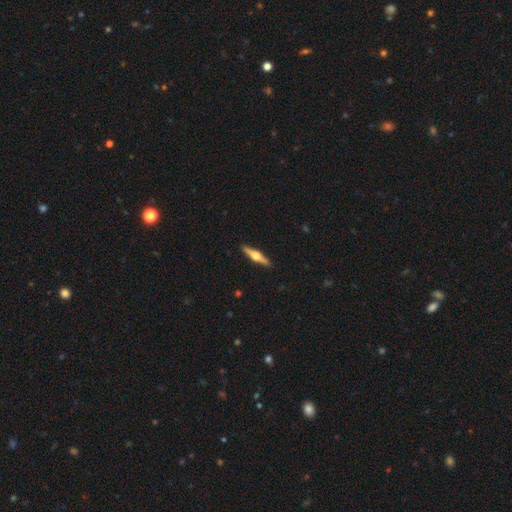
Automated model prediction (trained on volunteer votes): Q: Smooth or featured?
A: featured or disk (73%); runner-up: smooth (22%)
Q: Edge-on disk?
A: yes (98%); runner-up: no (2%)
Q: Edge-on bulge?
A: rounded (96%); runner-up: boxy (3%)
Q: Merging?
A: none (92%); runner-up: minor disturbance (6%)